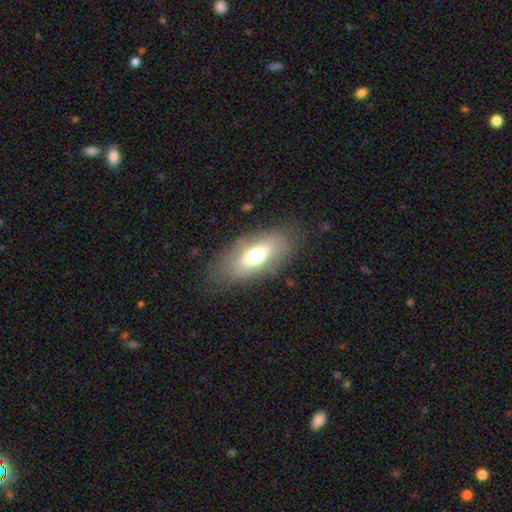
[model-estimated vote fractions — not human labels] Overall: smooth (57%; featured or disk 33%). How rounded: in between (84%). Merging: none (76%).